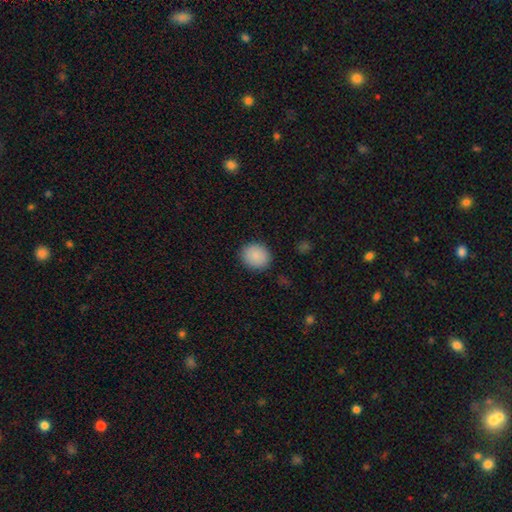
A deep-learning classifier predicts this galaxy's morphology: A smooth galaxy with no disk features (88%) that is round (77%).

Vote fractions:
- Smooth or featured? smooth: 88% / star or artifact: 8% / featured or disk: 4%
- How rounded? round: 77% / in between: 22% / cigar-shaped: 1%
- Merging? none: 89% / minor disturbance: 7% / major disturbance: 2% / merger: 1%